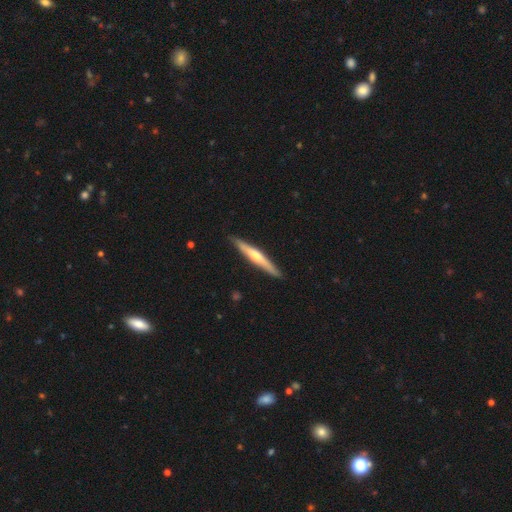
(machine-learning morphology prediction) Q: Smooth or featured?
A: featured or disk (61%); runner-up: smooth (34%)
Q: Edge-on disk?
A: yes (96%); runner-up: no (4%)
Q: Edge-on bulge?
A: rounded (79%); runner-up: none (15%)
Q: Merging?
A: none (90%); runner-up: minor disturbance (8%)